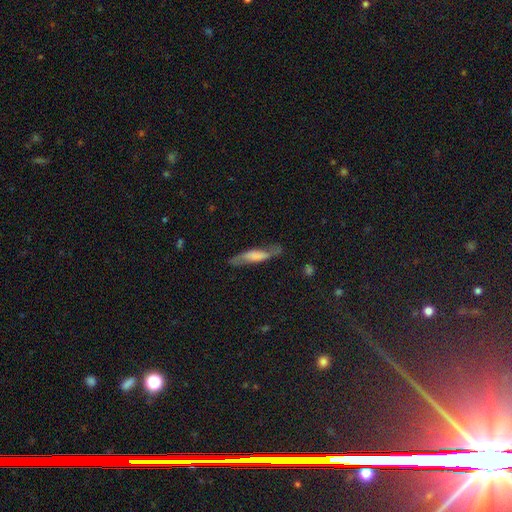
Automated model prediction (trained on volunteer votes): This is possibly a smooth galaxy (47%). Merging: likely none (69%).